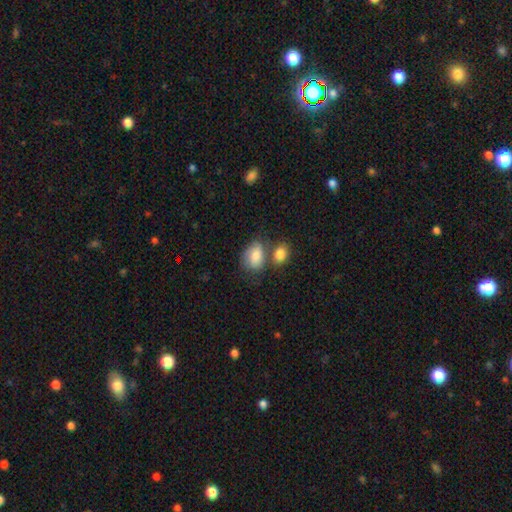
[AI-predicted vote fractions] Overall: smooth (79%). How rounded: in between (74%). Merging: none (40%; merger 37%).